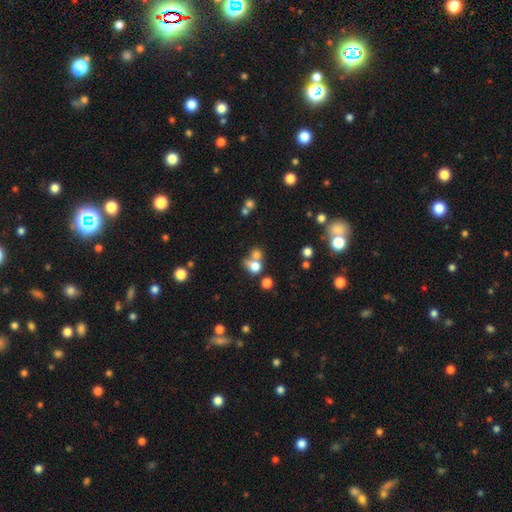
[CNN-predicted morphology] A smooth galaxy with no disk features (71%) that is round (69%). Merging: merger (50%).